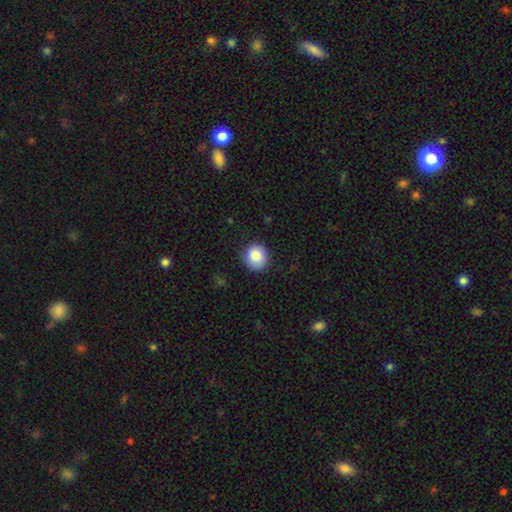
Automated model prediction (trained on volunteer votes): A smooth galaxy with no disk features (86%) that is round (82%).

Vote fractions:
- Smooth or featured? smooth: 86% / star or artifact: 8% / featured or disk: 6%
- How rounded? round: 82% / in between: 17% / cigar-shaped: 1%
- Merging? none: 83% / minor disturbance: 13% / major disturbance: 3% / merger: 1%